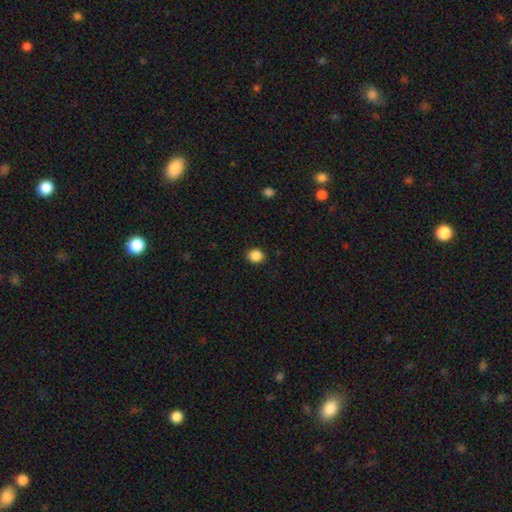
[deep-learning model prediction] Smooth or featured?
  - smooth: 88% *
  - star or artifact: 10%
  - featured or disk: 3%
How rounded?
  - round: 73% *
  - in between: 26%
  - cigar-shaped: 1%
Merging?
  - none: 91% *
  - minor disturbance: 6%
  - major disturbance: 2%
  - merger: 1%